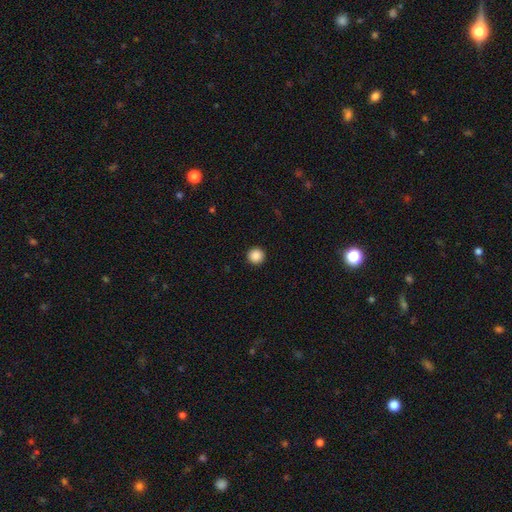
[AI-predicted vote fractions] smooth-or-featured: smooth: 88% | star or artifact: 9% | featured or disk: 2%
  how-rounded: round: 96% | in between: 3% | cigar-shaped: 1%
  merging: none: 94% | minor disturbance: 4% | major disturbance: 2% | merger: 1%